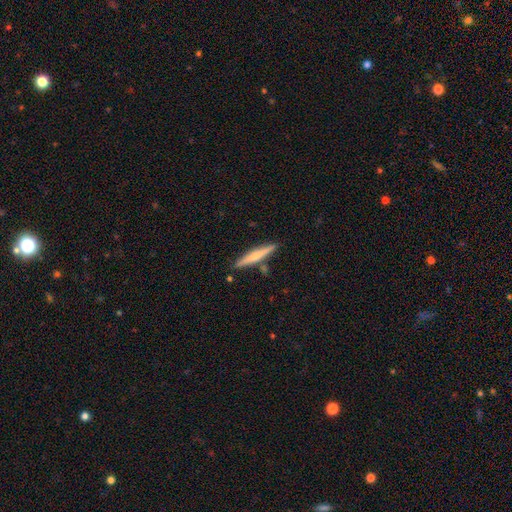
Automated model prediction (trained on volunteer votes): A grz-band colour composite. It shows a smooth galaxy with no disk features (54%) that is cigar-shaped (94%). Merging: none (84%).